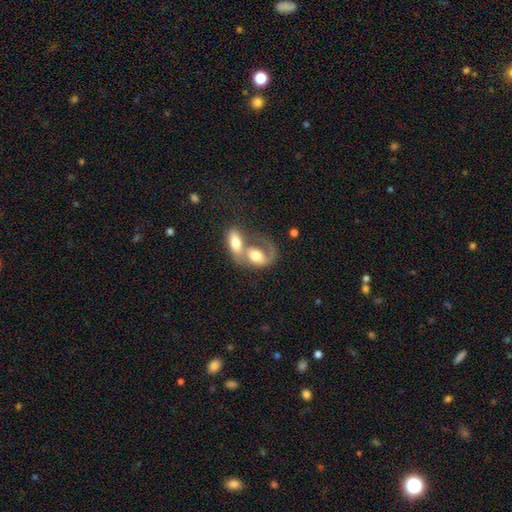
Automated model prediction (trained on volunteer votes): Morphology: type=featured or disk (50%); merging=merger (75%).